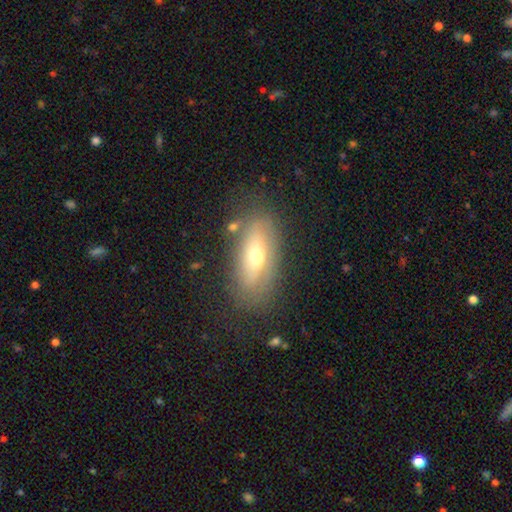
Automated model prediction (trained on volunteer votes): This is possibly a smooth galaxy (49%). Merging: likely none (78%).